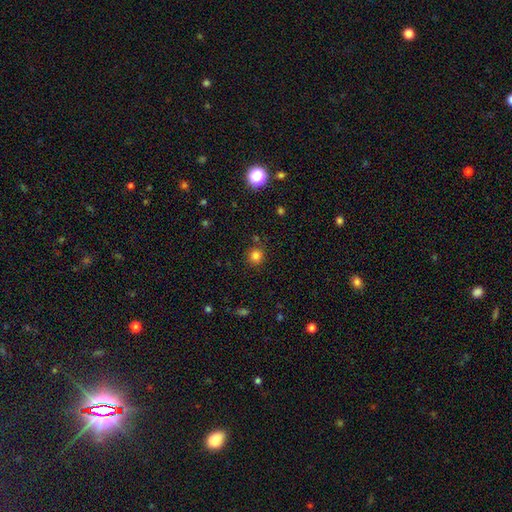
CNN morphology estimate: smooth_or_featured: smooth (p=0.80) [alt: star or artifact p=0.15]
how_rounded: round (p=0.91) [alt: in between p=0.08]
merging: none (p=0.83) [alt: minor disturbance p=0.09]